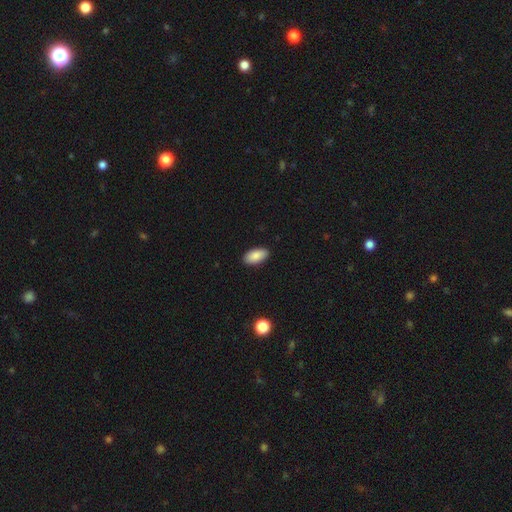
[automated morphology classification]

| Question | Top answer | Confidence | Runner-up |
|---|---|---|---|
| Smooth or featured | smooth | 88% | star or artifact (6%) |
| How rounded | in between | 94% | cigar-shaped (4%) |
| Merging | none | 90% | minor disturbance (7%) |